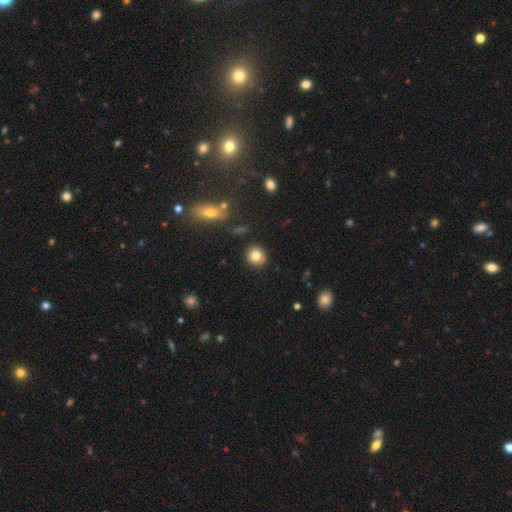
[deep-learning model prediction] Smooth or featured: smooth — 82% (star or artifact — 10%)
How rounded: round — 88% (in between — 11%)
Merging: none — 89% (minor disturbance — 7%)